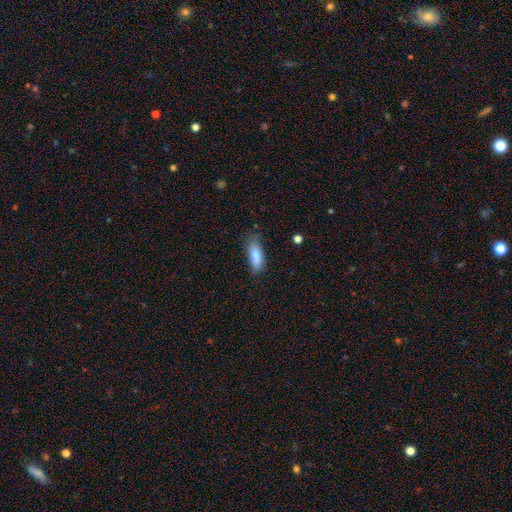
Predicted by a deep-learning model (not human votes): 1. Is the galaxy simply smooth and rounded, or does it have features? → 80% smooth, 13% featured or disk, 7% star or artifact.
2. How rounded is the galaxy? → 66% in between, 32% cigar-shaped, 2% round.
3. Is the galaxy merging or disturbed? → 73% none, 22% minor disturbance, 4% major disturbance, 2% merger.